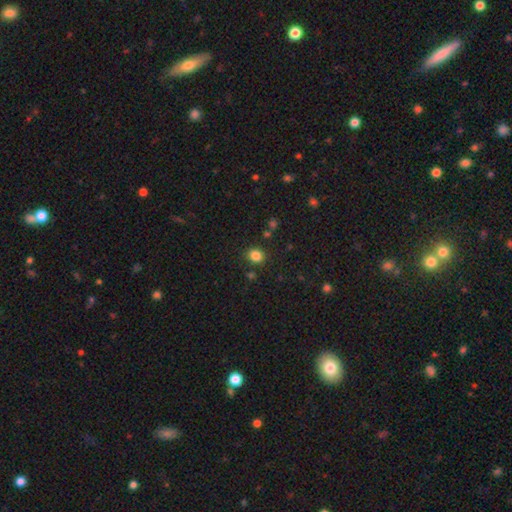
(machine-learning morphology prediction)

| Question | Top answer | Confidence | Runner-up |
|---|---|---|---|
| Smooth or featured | smooth | 84% | star or artifact (12%) |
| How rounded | round | 66% | in between (33%) |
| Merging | none | 85% | minor disturbance (9%) |